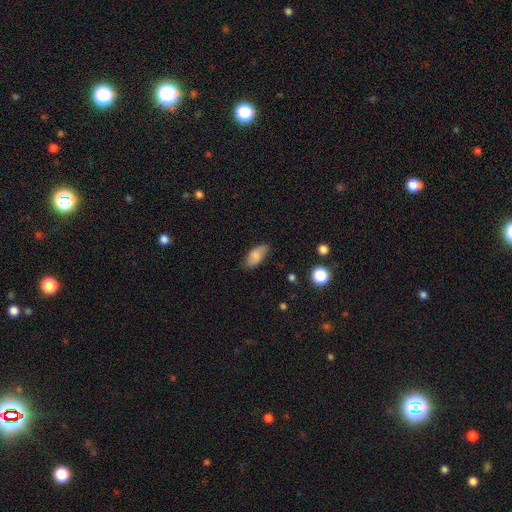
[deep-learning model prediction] Q: Smooth or featured?
A: smooth (81%); runner-up: featured or disk (12%)
Q: How rounded?
A: in between (89%); runner-up: cigar-shaped (8%)
Q: Merging?
A: none (69%); runner-up: minor disturbance (25%)